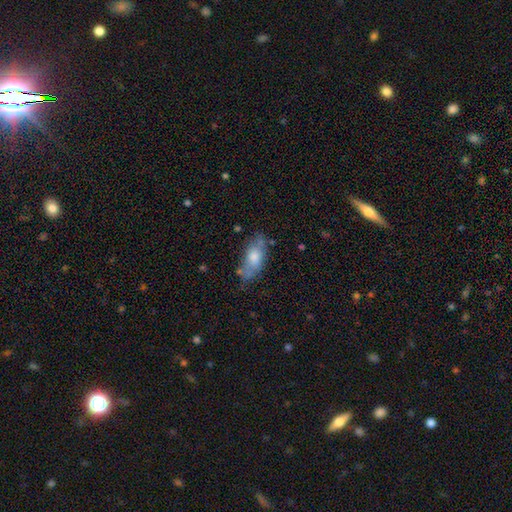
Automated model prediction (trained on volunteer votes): A smooth galaxy with no disk features (57%) that is in between round and cigar-shaped (80%).

Vote fractions:
- Smooth or featured? smooth: 57% / featured or disk: 33% / star or artifact: 10%
- How rounded? in between: 80% / cigar-shaped: 16% / round: 4%
- Merging? none: 63% / minor disturbance: 24% / major disturbance: 8% / merger: 4%